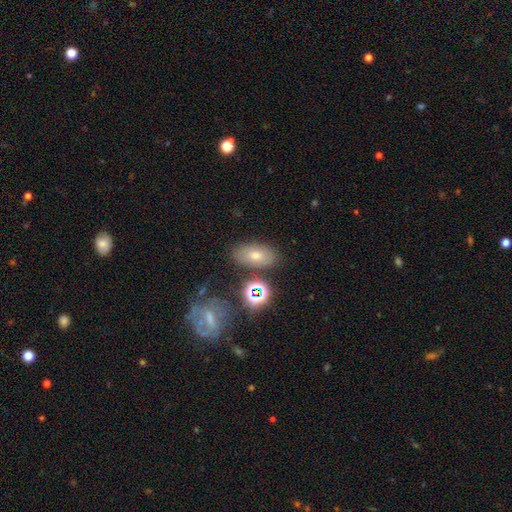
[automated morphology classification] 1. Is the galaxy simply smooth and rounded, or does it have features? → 48% smooth, 28% featured or disk, 25% star or artifact.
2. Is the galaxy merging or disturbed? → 76% none, 13% minor disturbance, 7% merger, 5% major disturbance.